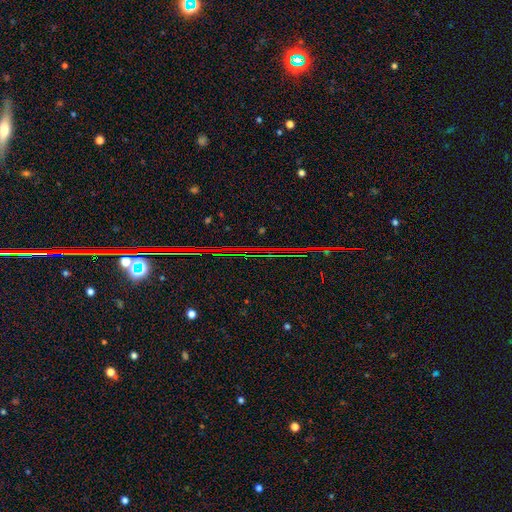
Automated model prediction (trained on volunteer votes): Overall: star or artifact (83%).